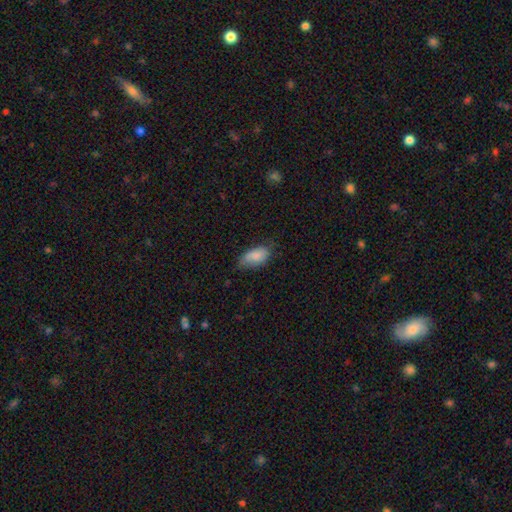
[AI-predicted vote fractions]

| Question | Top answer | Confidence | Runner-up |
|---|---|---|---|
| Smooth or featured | smooth | 85% | featured or disk (9%) |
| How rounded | in between | 93% | cigar-shaped (4%) |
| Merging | none | 57% | minor disturbance (34%) |